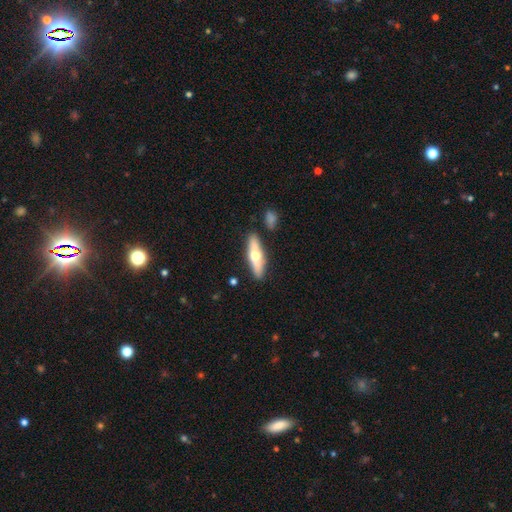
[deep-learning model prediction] Q: Smooth or featured?
A: featured or disk (49%); runner-up: smooth (45%)
Q: Merging?
A: none (85%); runner-up: minor disturbance (10%)